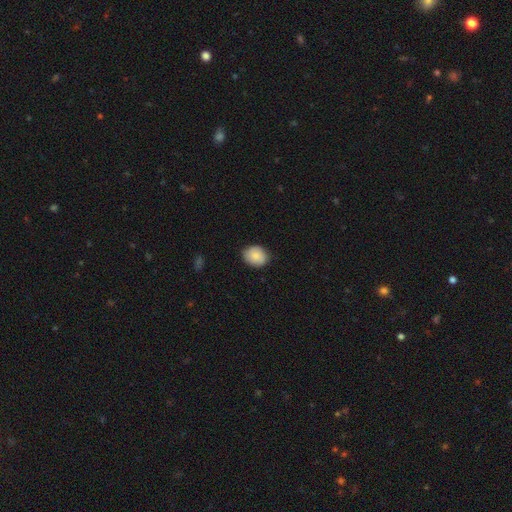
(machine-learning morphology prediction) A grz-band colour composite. It shows a smooth galaxy with no disk features (85%) that is round (51%). Merging: none (84%).